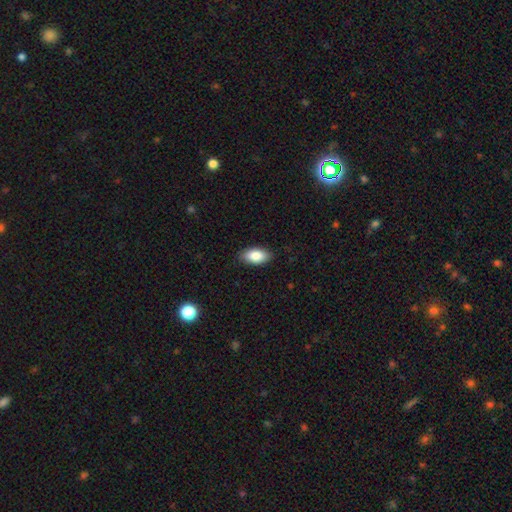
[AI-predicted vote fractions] Overall: smooth (86%). How rounded: in between (93%). Merging: none (87%).